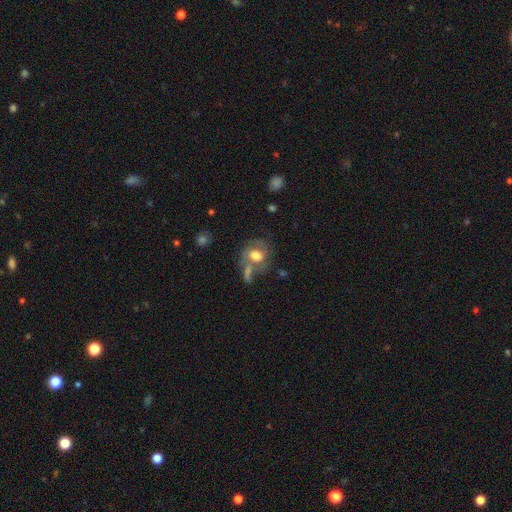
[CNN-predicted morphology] Q: Smooth or featured?
A: featured or disk (46%); runner-up: smooth (45%)
Q: Merging?
A: none (40%); runner-up: merger (25%)